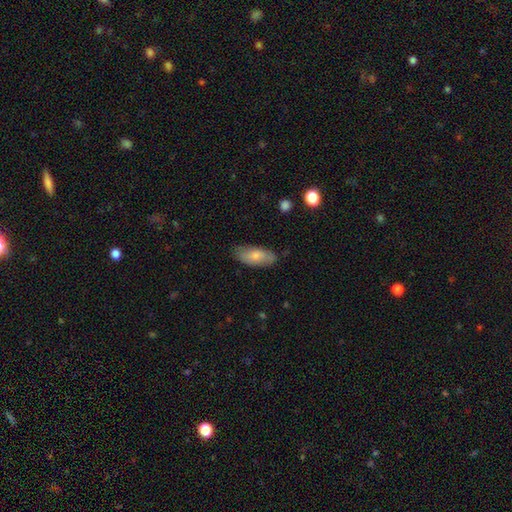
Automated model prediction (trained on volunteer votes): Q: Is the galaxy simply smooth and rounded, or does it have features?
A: smooth — 73%.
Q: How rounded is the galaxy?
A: in between — 87%.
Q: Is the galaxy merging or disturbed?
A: none — 76%.